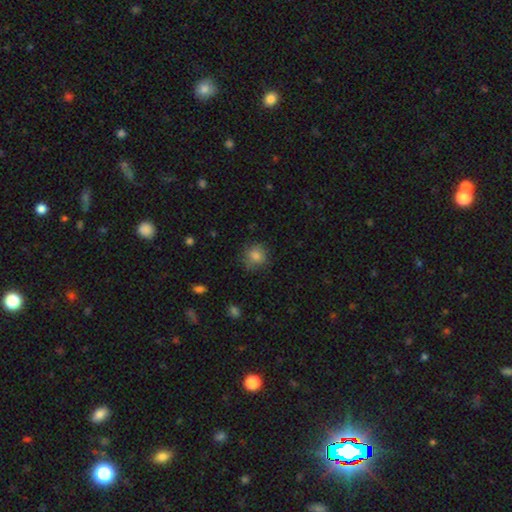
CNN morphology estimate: A smooth galaxy with no disk features (83%) that is round (85%).

Vote fractions:
- Smooth or featured? smooth: 83% / star or artifact: 10% / featured or disk: 7%
- How rounded? round: 85% / in between: 14% / cigar-shaped: 1%
- Merging? none: 78% / minor disturbance: 16% / major disturbance: 5% / merger: 1%